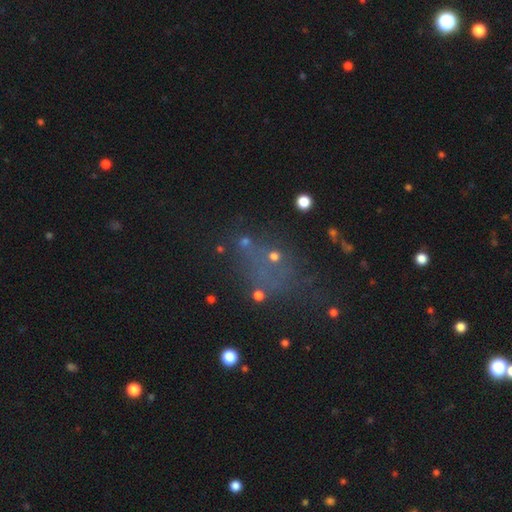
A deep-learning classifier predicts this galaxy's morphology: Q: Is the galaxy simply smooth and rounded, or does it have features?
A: star or artifact — 49%.